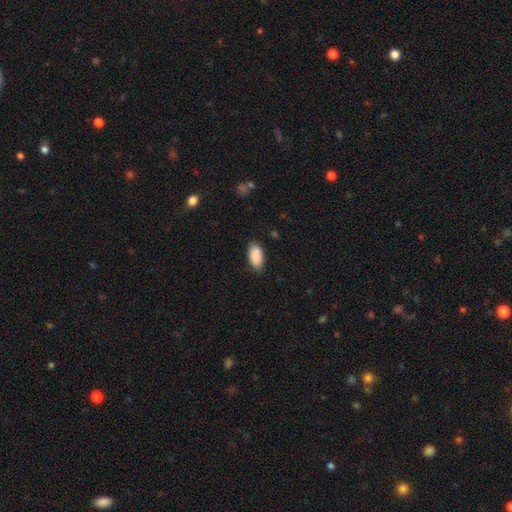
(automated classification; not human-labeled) This appears to be a smooth galaxy with no disk features (90%) that is in between round and cigar-shaped (93%). Merging: none (82%).